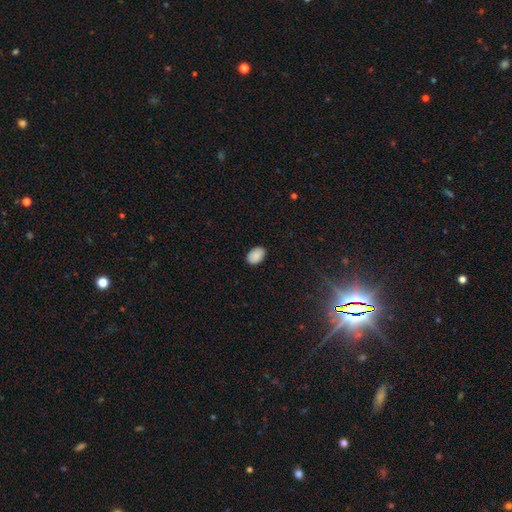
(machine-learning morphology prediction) A smooth galaxy with no disk features (89%) that is in between round and cigar-shaped (86%). Merging: none (87%).